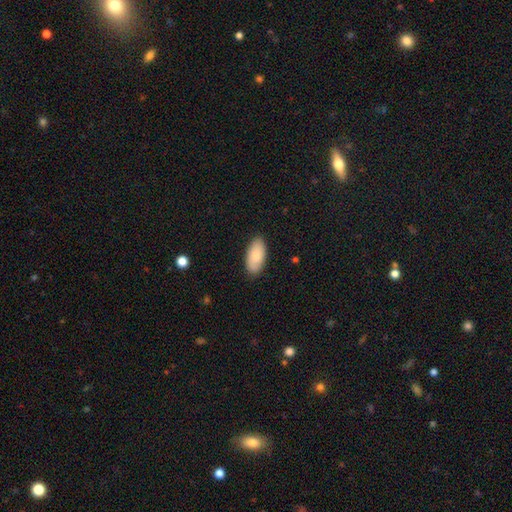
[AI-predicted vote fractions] Smooth or featured? smooth (86%)
How rounded? in between (94%)
Merging? none (86%)